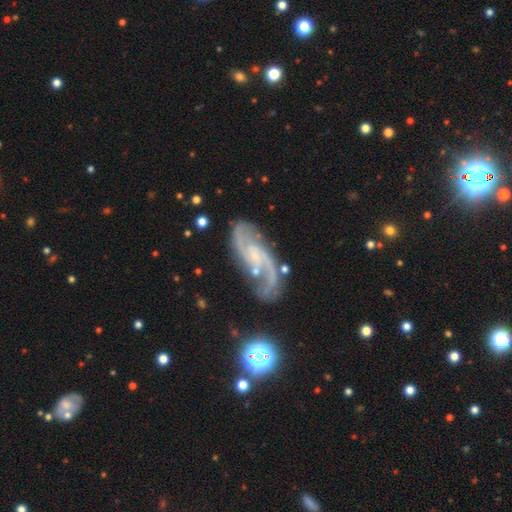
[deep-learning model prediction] Smooth or featured?
  - featured or disk: 89% *
  - star or artifact: 6%
  - smooth: 5%
Edge-on disk?
  - no: 96% *
  - yes: 4%
Bar?
  - no: 48% *
  - weak: 42%
  - strong: 11%
Spiral arms?
  - yes: 97% *
  - no: 3%
Spiral winding?
  - medium: 48% *
  - loose: 36%
  - tight: 16%
Spiral arm count?
  - 2: 84% *
  - can't tell: 5%
  - 3: 5%
  - 1: 3%
  - 4: 2%
  - more than 4: 2%
Bulge size?
  - small: 66% *
  - none: 19%
  - moderate: 14%
  - large: 1%
  - dominant: 1%
Merging?
  - none: 69% *
  - minor disturbance: 18%
  - major disturbance: 9%
  - merger: 4%